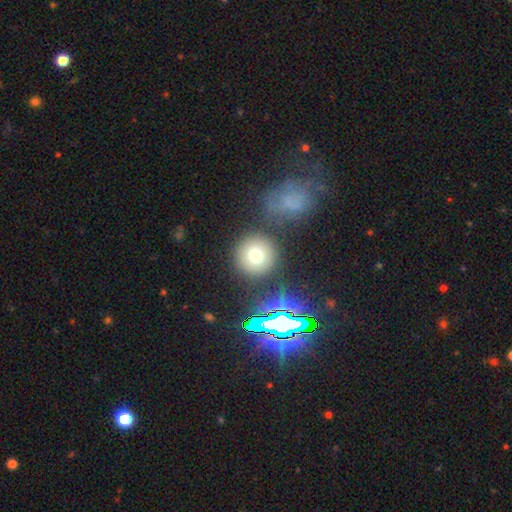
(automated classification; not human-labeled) This appears to be a smooth galaxy with no disk features (72%) that is round (94%). Merging: none (82%).